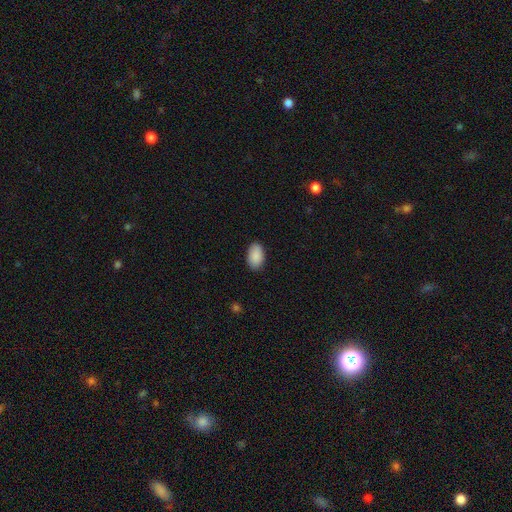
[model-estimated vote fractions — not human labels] This is clearly a smooth galaxy (91%). How rounded: clearly in between (94%). Merging: clearly none (88%).